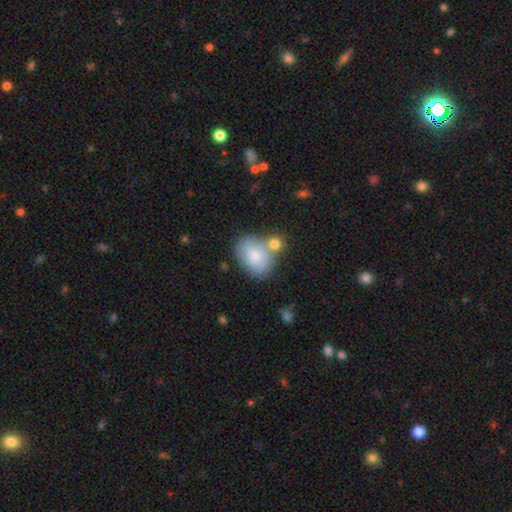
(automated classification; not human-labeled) A smooth galaxy with no disk features (67%) that is in between round and cigar-shaped (64%).

Vote fractions:
- Smooth or featured? smooth: 67% / featured or disk: 25% / star or artifact: 7%
- How rounded? in between: 64% / round: 35% / cigar-shaped: 1%
- Merging? none: 43% / merger: 31% / minor disturbance: 19% / major disturbance: 7%